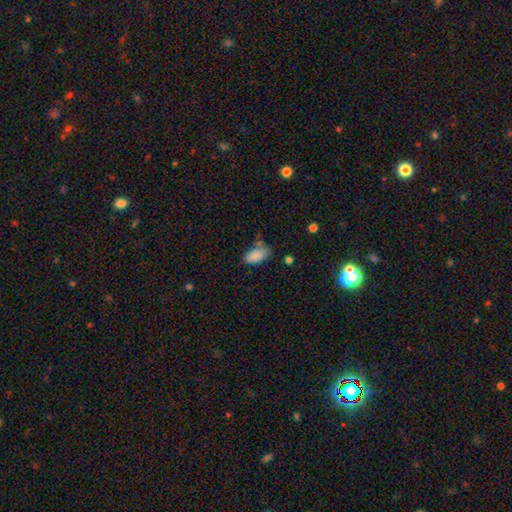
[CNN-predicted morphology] smooth_or_featured: smooth (p=0.87) [alt: star or artifact p=0.08]
how_rounded: in between (p=0.93) [alt: cigar-shaped p=0.04]
merging: none (p=0.64) [alt: minor disturbance p=0.22]